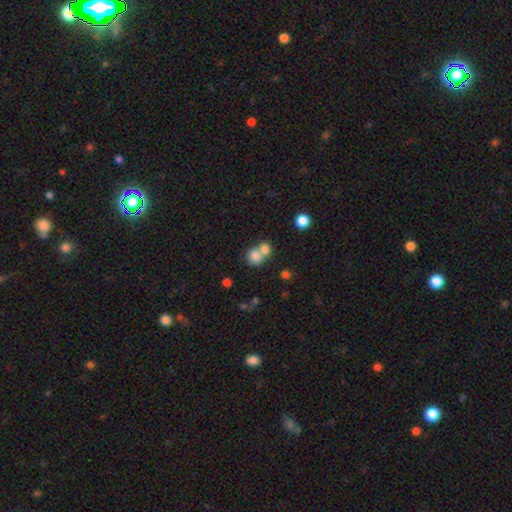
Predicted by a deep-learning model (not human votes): Overall: smooth (78%). How rounded: round (79%). Merging: merger (58%; none 33%).